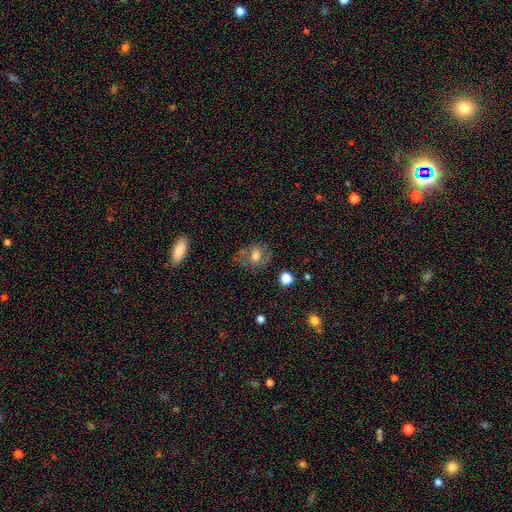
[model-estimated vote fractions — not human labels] Q: Smooth or featured?
A: smooth (58%); runner-up: featured or disk (31%)
Q: How rounded?
A: round (61%); runner-up: in between (38%)
Q: Merging?
A: none (67%); runner-up: minor disturbance (20%)